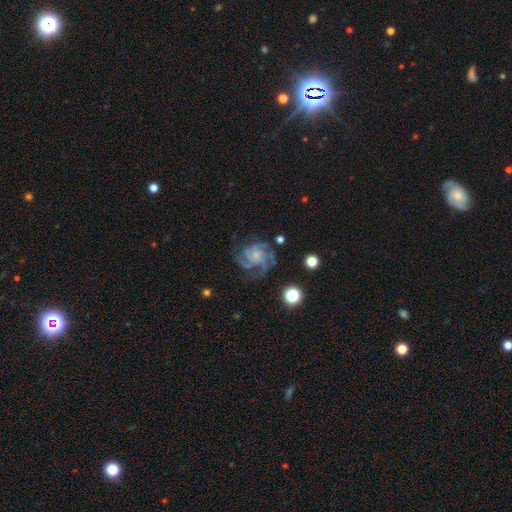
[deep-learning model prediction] This is clearly a featured or disk galaxy (82%). It is clearly not viewed edge-on (98%). Bar: likely no (75%). Spiral arm pattern: clearly yes (96%). Spiral arm count: marginally 3 (35%). Spiral winding: possibly tight (46%). Central bulge: possibly small (50%). Merging: likely none (62%).